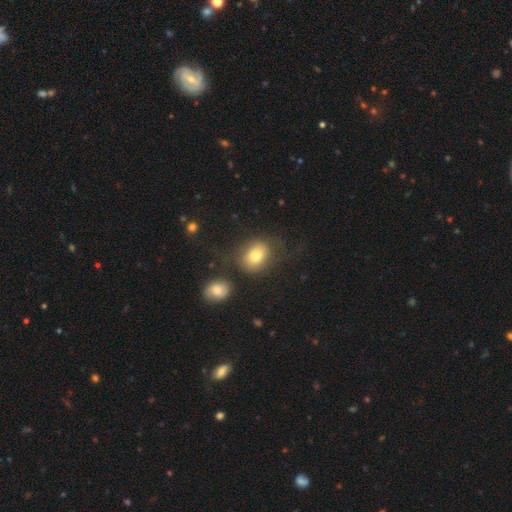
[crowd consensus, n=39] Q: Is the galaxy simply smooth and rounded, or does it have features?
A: smooth — 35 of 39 (90%).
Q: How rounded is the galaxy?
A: in between — 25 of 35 (71%).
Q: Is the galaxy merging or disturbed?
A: none — 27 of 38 (71%).